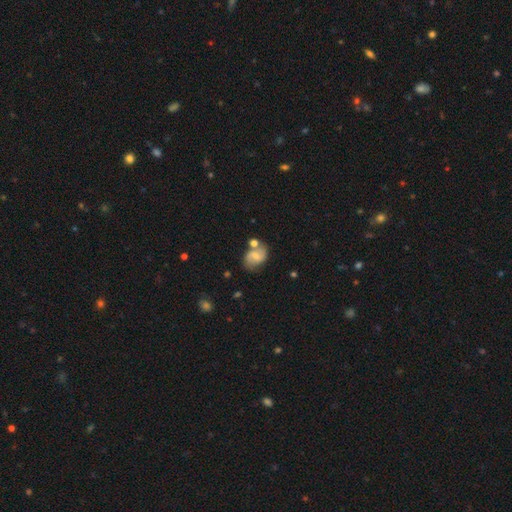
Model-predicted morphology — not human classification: Smooth or featured? featured or disk (58%)
Edge-on disk? no (97%)
Bar? weak (50%)
Spiral arms? yes (85%)
Bulge size? small (49%)
Merging? none (59%)